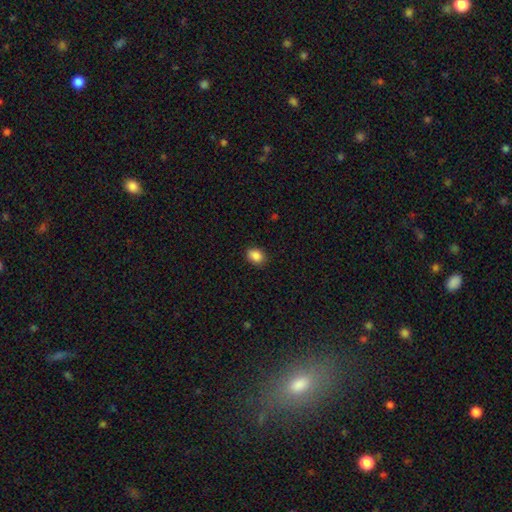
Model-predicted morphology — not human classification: Smooth or featured?
  - smooth: 88% *
  - star or artifact: 9%
  - featured or disk: 3%
How rounded?
  - in between: 64% *
  - round: 35%
  - cigar-shaped: 1%
Merging?
  - none: 86% *
  - minor disturbance: 11%
  - major disturbance: 2%
  - merger: 1%